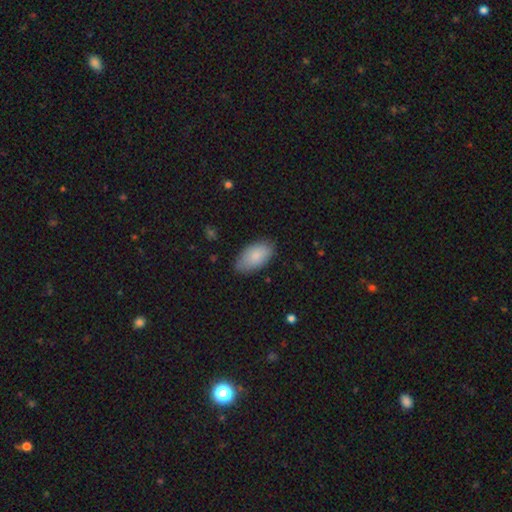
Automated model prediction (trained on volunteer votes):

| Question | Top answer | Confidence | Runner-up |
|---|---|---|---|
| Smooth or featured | smooth | 85% | featured or disk (9%) |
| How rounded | in between | 95% | round (3%) |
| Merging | none | 81% | minor disturbance (15%) |